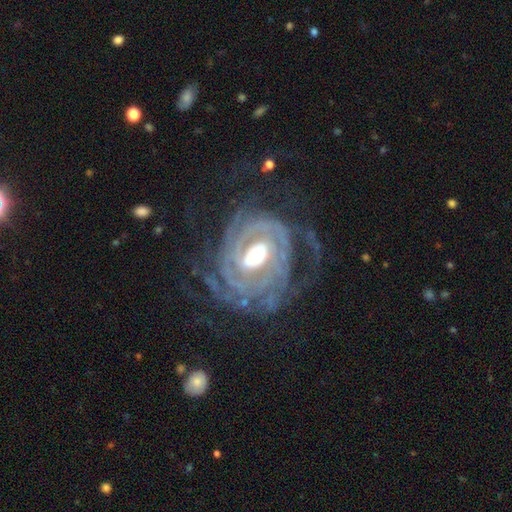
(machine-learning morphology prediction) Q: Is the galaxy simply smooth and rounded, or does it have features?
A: featured or disk — 90%.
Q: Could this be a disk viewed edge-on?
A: no — 97%.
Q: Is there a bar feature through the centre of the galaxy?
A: no — 38%, tied with weak.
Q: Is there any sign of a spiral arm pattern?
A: yes — 96%.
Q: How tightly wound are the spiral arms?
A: tight — 73%.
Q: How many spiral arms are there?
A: can't tell — 30%.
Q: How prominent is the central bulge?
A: moderate — 62%.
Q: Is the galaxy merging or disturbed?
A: none — 63%.